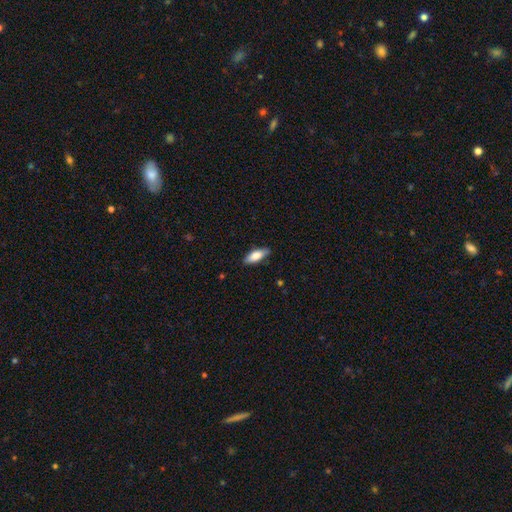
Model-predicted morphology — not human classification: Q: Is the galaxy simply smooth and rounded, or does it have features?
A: smooth — 77%.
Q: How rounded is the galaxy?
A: in between — 70%.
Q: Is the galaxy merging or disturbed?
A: none — 86%.